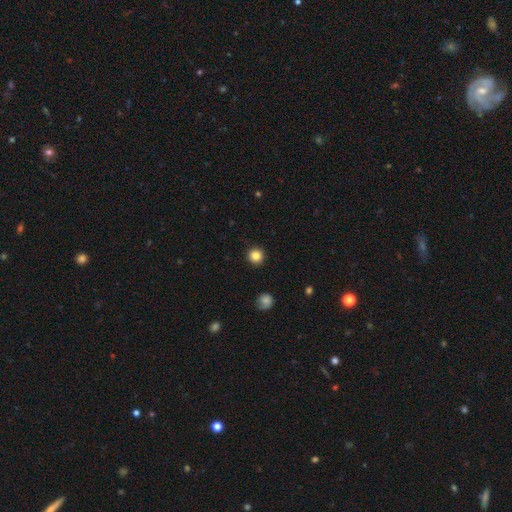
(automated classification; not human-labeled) This is clearly a smooth galaxy (84%). How rounded: clearly round (96%). Merging: clearly none (93%).